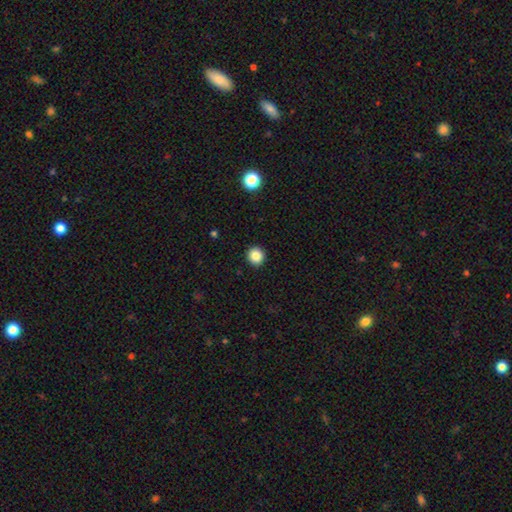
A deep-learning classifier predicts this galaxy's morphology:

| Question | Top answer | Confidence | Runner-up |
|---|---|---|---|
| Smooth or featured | smooth | 86% | star or artifact (10%) |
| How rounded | round | 91% | in between (8%) |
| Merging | none | 93% | minor disturbance (5%) |